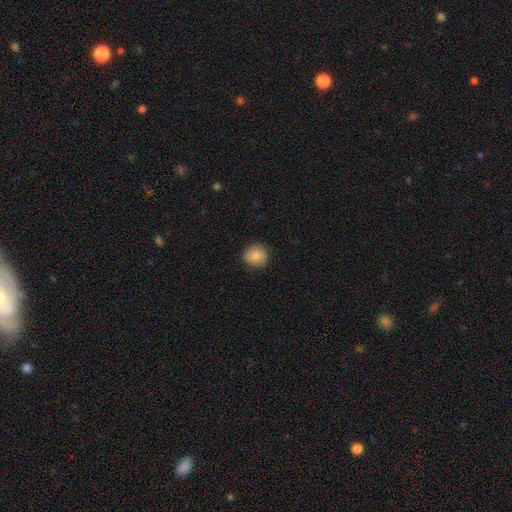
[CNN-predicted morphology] Q: Smooth or featured?
A: smooth (85%); runner-up: star or artifact (7%)
Q: How rounded?
A: round (86%); runner-up: in between (13%)
Q: Merging?
A: none (86%); runner-up: minor disturbance (11%)